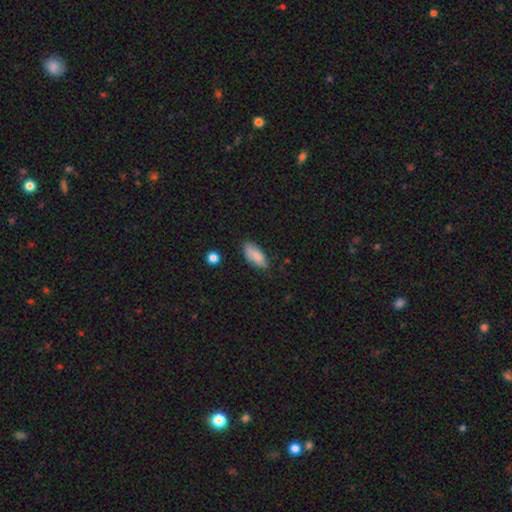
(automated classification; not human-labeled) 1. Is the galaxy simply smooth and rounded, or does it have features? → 84% smooth, 9% featured or disk, 7% star or artifact.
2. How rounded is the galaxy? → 86% in between, 12% cigar-shaped, 2% round.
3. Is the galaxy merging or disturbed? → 68% none, 25% minor disturbance, 4% major disturbance, 2% merger.